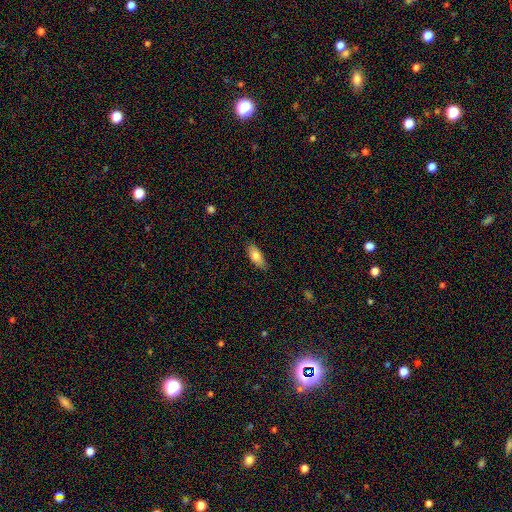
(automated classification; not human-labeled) A smooth galaxy with no disk features (79%) that is in between round and cigar-shaped (81%). Merging: none (83%).